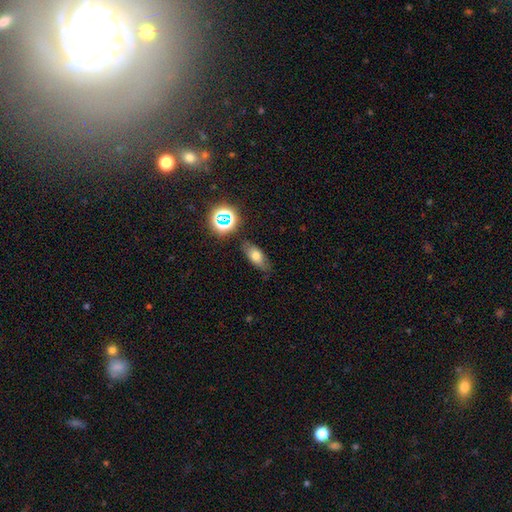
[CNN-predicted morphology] Smooth or featured?
  - smooth: 69% *
  - featured or disk: 17%
  - star or artifact: 15%
How rounded?
  - in between: 79% *
  - cigar-shaped: 11%
  - round: 9%
Merging?
  - none: 74% *
  - minor disturbance: 19%
  - major disturbance: 5%
  - merger: 3%